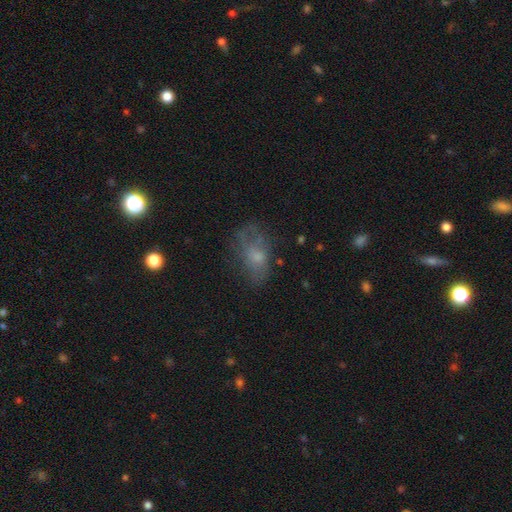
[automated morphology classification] Smooth or featured? Predicted: smooth (p=0.51). How rounded? Predicted: in between (p=0.85). Merging? Predicted: none (p=0.47).